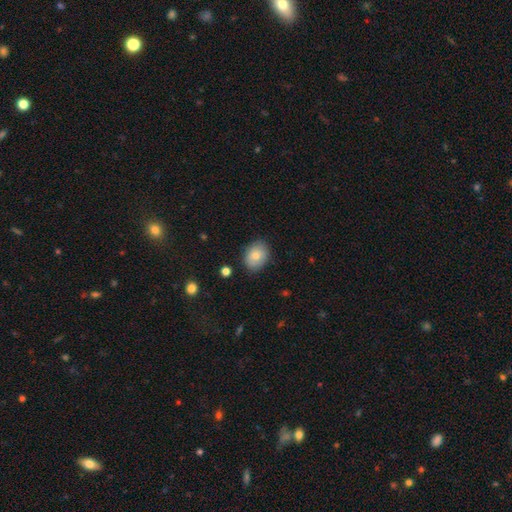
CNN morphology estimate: The model was most divided on "how rounded": in between: 64%, round: 35%, cigar-shaped: 1%. More confident: merging — none (81%); smooth or featured — smooth (78%).